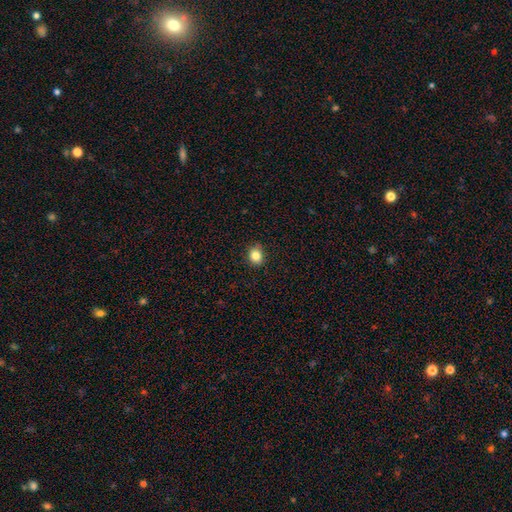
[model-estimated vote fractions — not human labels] Smooth or featured?
  - smooth: 83% *
  - star or artifact: 11%
  - featured or disk: 6%
How rounded?
  - round: 69% *
  - in between: 31%
  - cigar-shaped: 1%
Merging?
  - none: 86% *
  - minor disturbance: 11%
  - major disturbance: 2%
  - merger: 1%